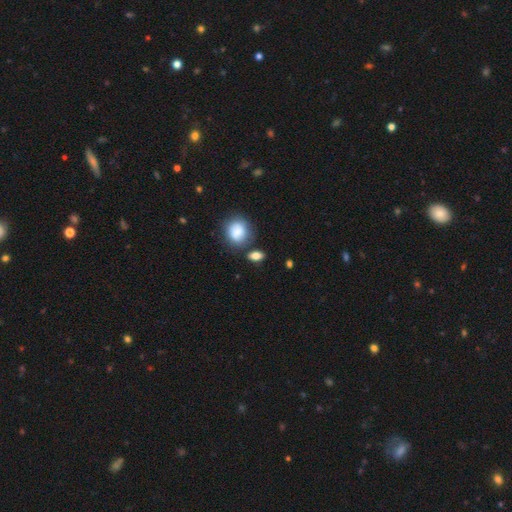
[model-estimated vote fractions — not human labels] This appears to be a smooth galaxy with no disk features (81%) that is in between round and cigar-shaped (70%). Merging: none (70%).